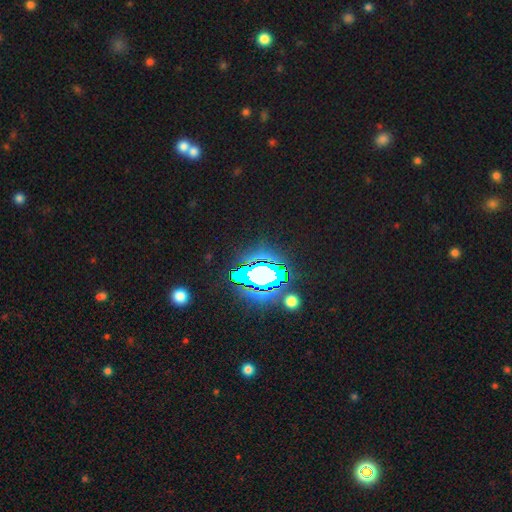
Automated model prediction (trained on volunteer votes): Overall: star or artifact (84%).